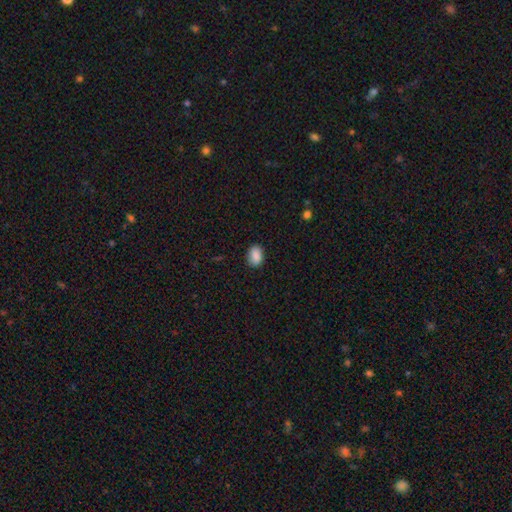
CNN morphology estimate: A smooth galaxy with no disk features (89%) that is in between round and cigar-shaped (82%).

Vote fractions:
- Smooth or featured? smooth: 89% / star or artifact: 8% / featured or disk: 3%
- How rounded? in between: 82% / round: 17% / cigar-shaped: 1%
- Merging? none: 87% / minor disturbance: 10% / major disturbance: 2% / merger: 1%